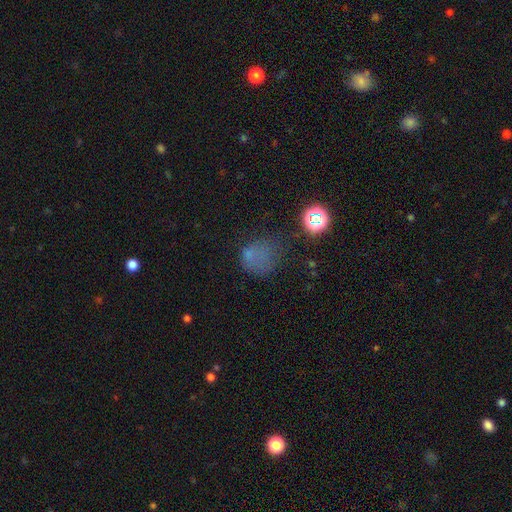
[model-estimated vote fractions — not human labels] Overall: smooth (54%; star or artifact 30%). How rounded: round (70%). Merging: none (43%; major disturbance 27%).